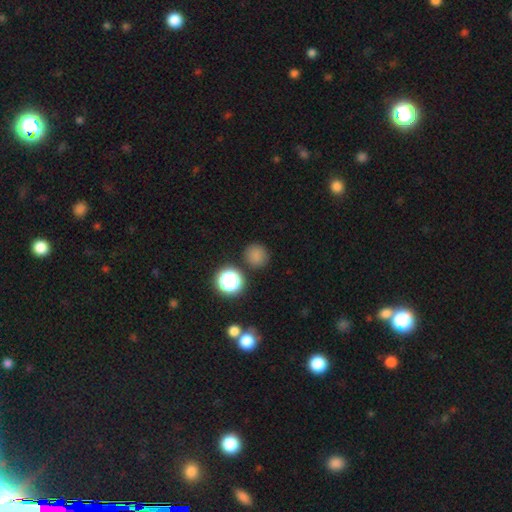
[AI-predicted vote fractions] smooth_or_featured: smooth (p=0.78) [alt: star or artifact p=0.17]
how_rounded: round (p=0.92) [alt: in between p=0.07]
merging: none (p=0.86) [alt: minor disturbance p=0.08]